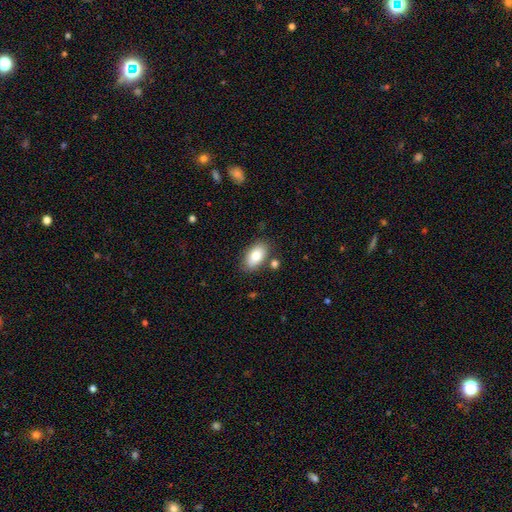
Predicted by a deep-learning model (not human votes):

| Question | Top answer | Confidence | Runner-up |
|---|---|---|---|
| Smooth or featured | smooth | 81% | featured or disk (12%) |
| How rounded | in between | 93% | round (5%) |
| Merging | none | 77% | minor disturbance (13%) |